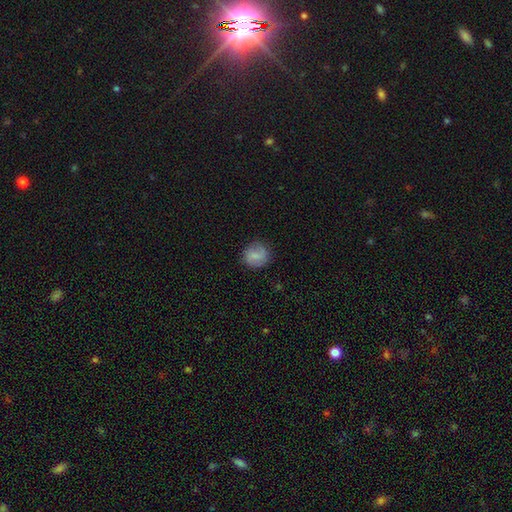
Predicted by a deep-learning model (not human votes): Overall: smooth (72%). How rounded: round (86%). Merging: none (82%).